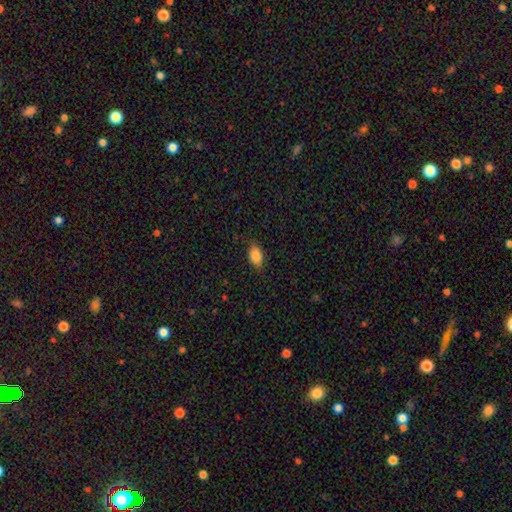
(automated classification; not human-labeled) smooth-or-featured: smooth: 85% | star or artifact: 8% | featured or disk: 7%
  how-rounded: in between: 85% | round: 12% | cigar-shaped: 3%
  merging: none: 81% | minor disturbance: 15% | major disturbance: 3% | merger: 1%